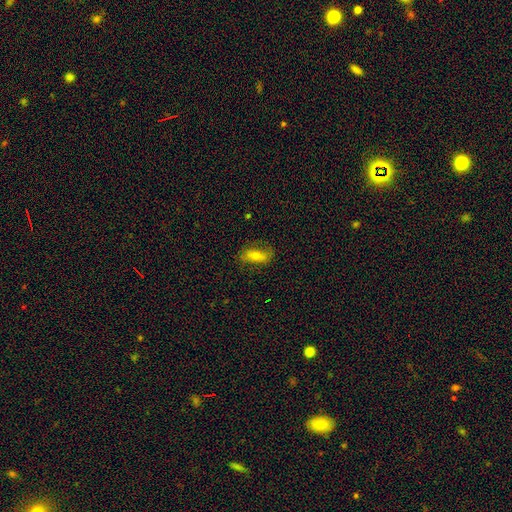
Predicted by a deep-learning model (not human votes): Smooth or featured: smooth — 59% (featured or disk — 32%)
How rounded: in between — 73% (cigar-shaped — 22%)
Merging: none — 73% (minor disturbance — 19%)